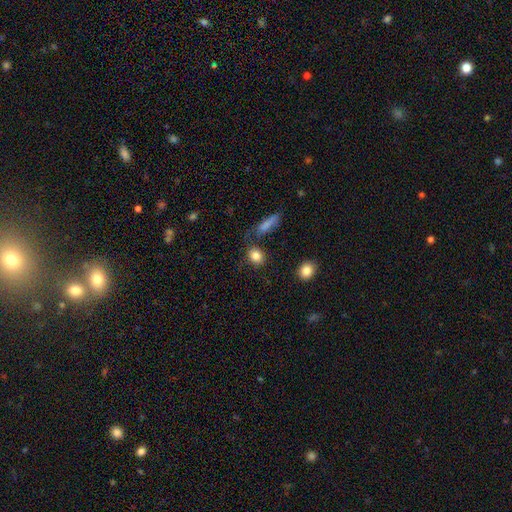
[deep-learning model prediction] A smooth galaxy with no disk features (85%) that is round (62%).

Vote fractions:
- Smooth or featured? smooth: 85% / star or artifact: 9% / featured or disk: 6%
- How rounded? round: 62% / in between: 35% / cigar-shaped: 3%
- Merging? none: 74% / minor disturbance: 13% / merger: 8% / major disturbance: 5%